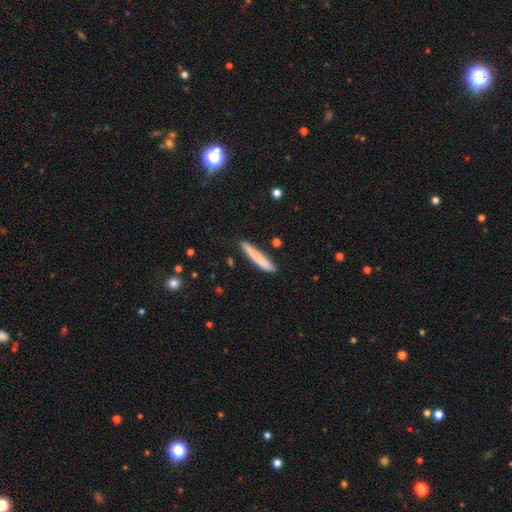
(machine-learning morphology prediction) smooth 77%, featured or disk 16%, star or artifact 7%. Down the decision tree: how rounded — cigar-shaped (94%); merging — none (83%).